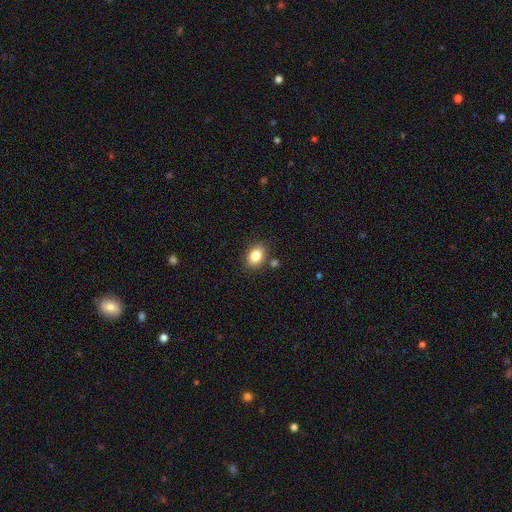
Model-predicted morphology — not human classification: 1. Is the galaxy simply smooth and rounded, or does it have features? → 83% smooth, 10% star or artifact, 7% featured or disk.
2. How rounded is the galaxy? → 68% in between, 31% round, 1% cigar-shaped.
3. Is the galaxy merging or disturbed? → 81% none, 10% minor disturbance, 5% merger, 3% major disturbance.